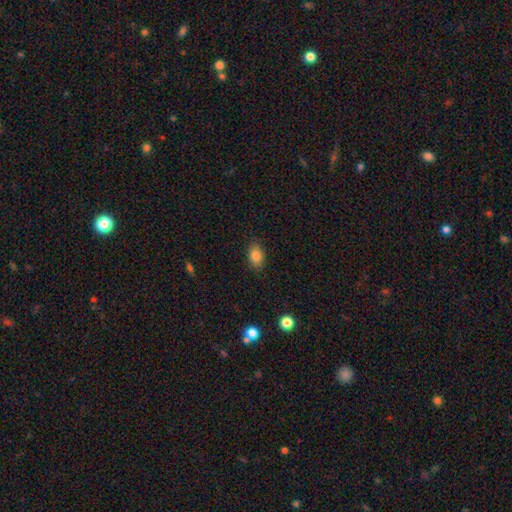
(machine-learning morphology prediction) Overall: smooth (84%). How rounded: in between (86%). Merging: none (86%).